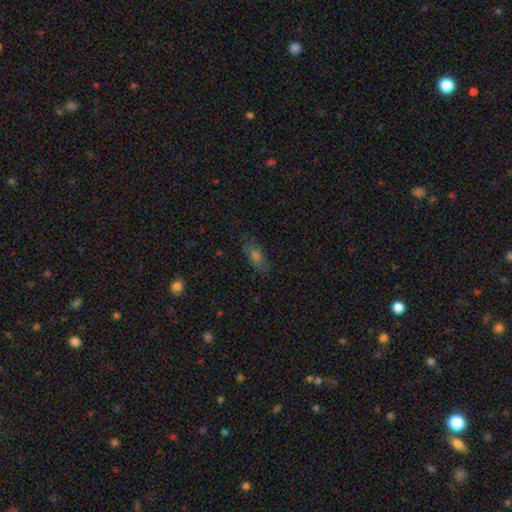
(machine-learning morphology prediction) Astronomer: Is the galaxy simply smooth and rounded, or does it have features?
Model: smooth — 60%.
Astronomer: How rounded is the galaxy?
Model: in between — 70%.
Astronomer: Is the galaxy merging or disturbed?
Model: none — 80%.